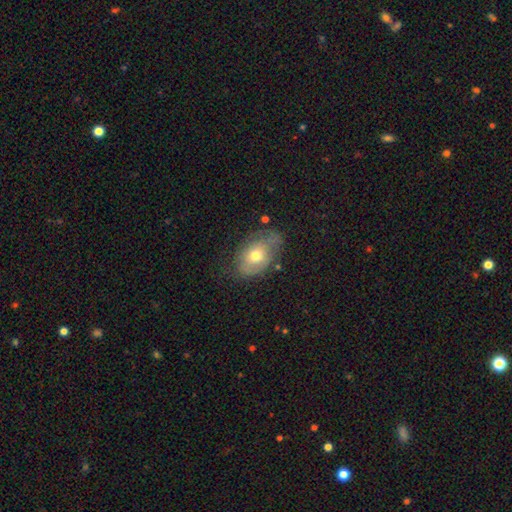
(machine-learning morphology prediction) This appears to be a smooth galaxy with no disk features (56%) that is in between round and cigar-shaped (84%). Merging: none (54%).